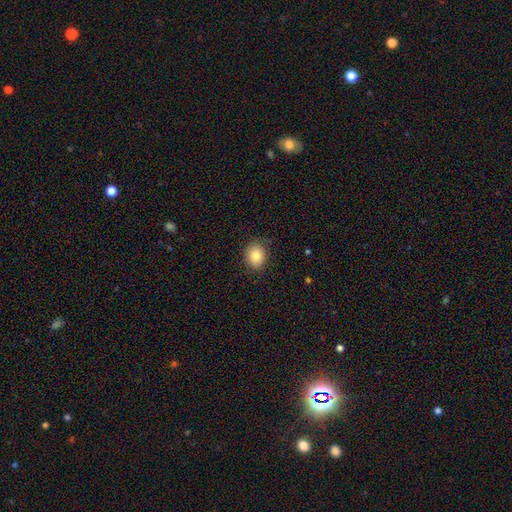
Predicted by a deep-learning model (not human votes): Q: Smooth or featured?
A: smooth (83%); runner-up: star or artifact (9%)
Q: How rounded?
A: round (64%); runner-up: in between (35%)
Q: Merging?
A: none (83%); runner-up: minor disturbance (13%)